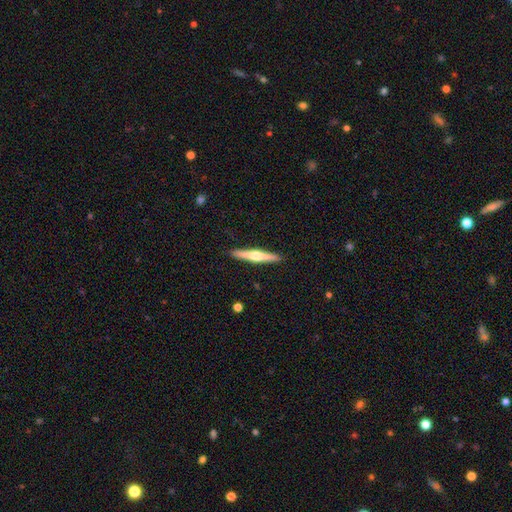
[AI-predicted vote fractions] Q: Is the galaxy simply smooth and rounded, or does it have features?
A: featured or disk — 61%.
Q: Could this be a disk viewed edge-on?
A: yes — 97%.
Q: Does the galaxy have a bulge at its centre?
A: rounded — 90%.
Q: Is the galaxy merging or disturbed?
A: none — 91%.